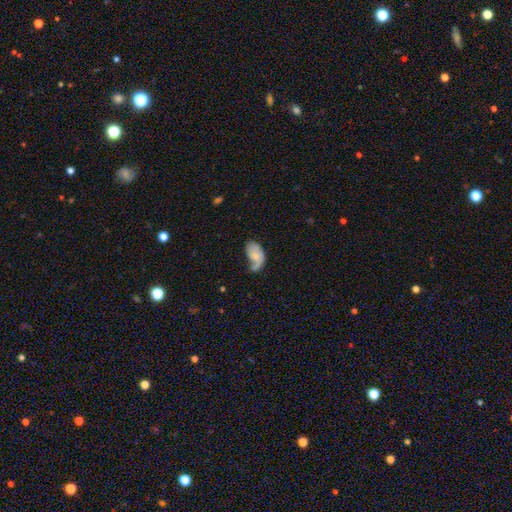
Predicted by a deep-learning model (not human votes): Q: Smooth or featured?
A: smooth (48%); runner-up: featured or disk (45%)
Q: Merging?
A: minor disturbance (32%); runner-up: major disturbance (31%)